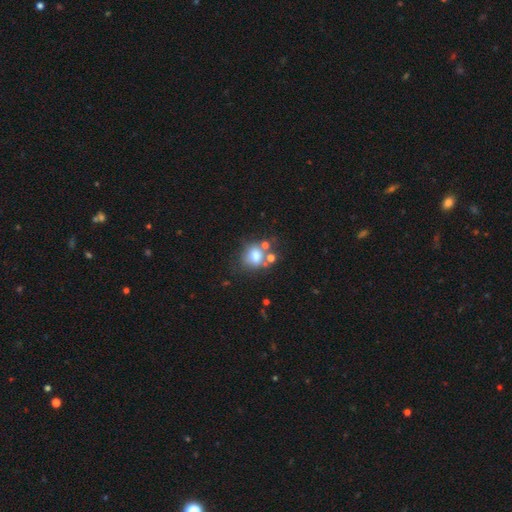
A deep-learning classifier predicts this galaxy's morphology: The model was most divided on "merging": none: 50%, merger: 26%, minor disturbance: 16%, major disturbance: 8%. More confident: smooth or featured — smooth (72%); how rounded — round (63%).